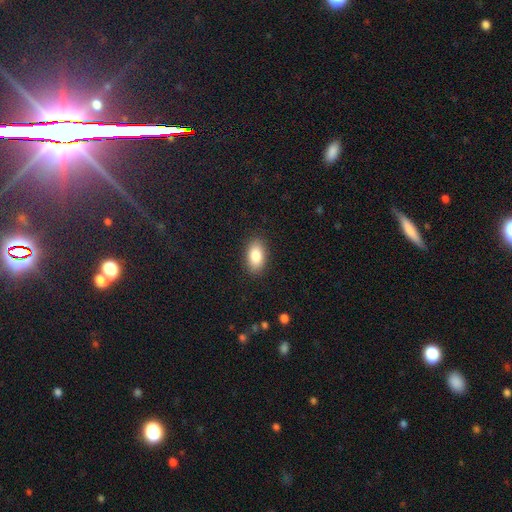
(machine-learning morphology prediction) Smooth or featured? Predicted: smooth (p=0.85). How rounded? Predicted: in between (p=0.92). Merging? Predicted: none (p=0.88).